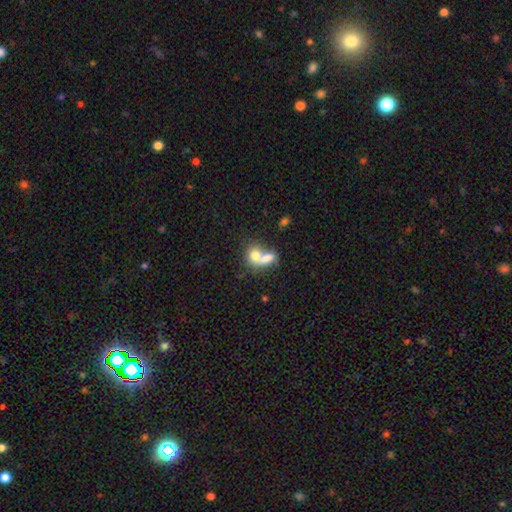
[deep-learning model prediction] This is likely a smooth galaxy (74%). How rounded: possibly in between (50%). Merging: likely merger (71%).